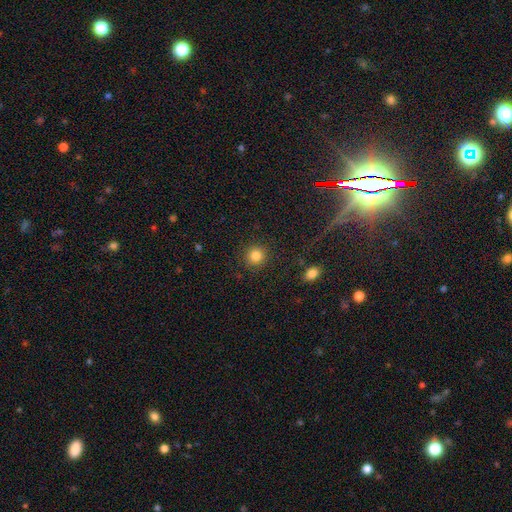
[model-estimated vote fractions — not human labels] smooth 84%, star or artifact 11%, featured or disk 5%. Down the decision tree: how rounded — round (93%); merging — none (90%).